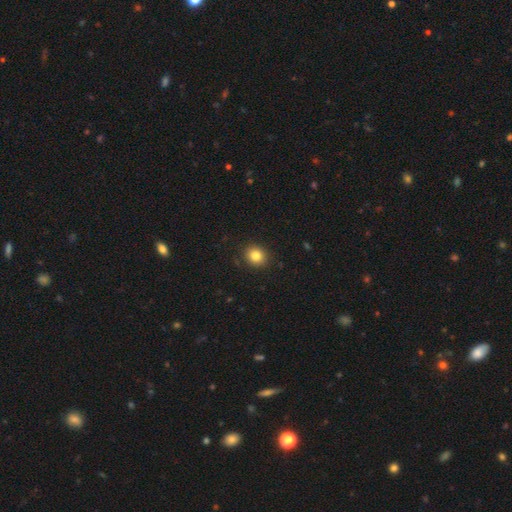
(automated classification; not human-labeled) Smooth or featured? Predicted: smooth (p=0.83). How rounded? Predicted: round (p=0.76). Merging? Predicted: none (p=0.90).